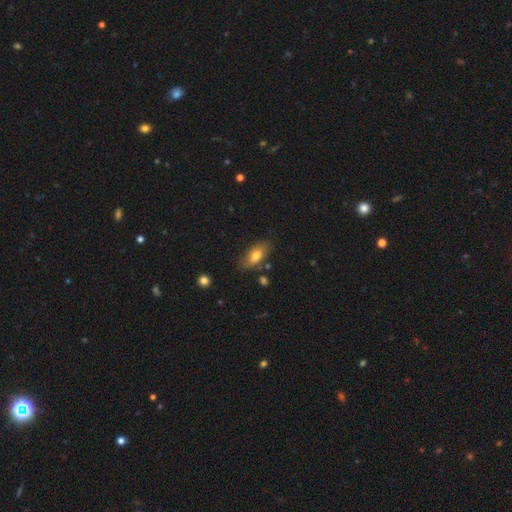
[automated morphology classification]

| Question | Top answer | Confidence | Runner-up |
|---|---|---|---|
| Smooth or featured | smooth | 74% | featured or disk (19%) |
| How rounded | in between | 86% | cigar-shaped (9%) |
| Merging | none | 77% | minor disturbance (16%) |